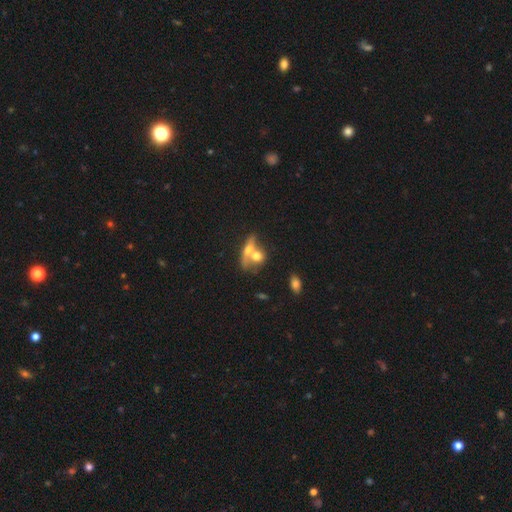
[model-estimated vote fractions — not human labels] smooth 54%, featured or disk 37%, star or artifact 9%. Down the decision tree: how rounded — in between (52%); merging — merger (68%).